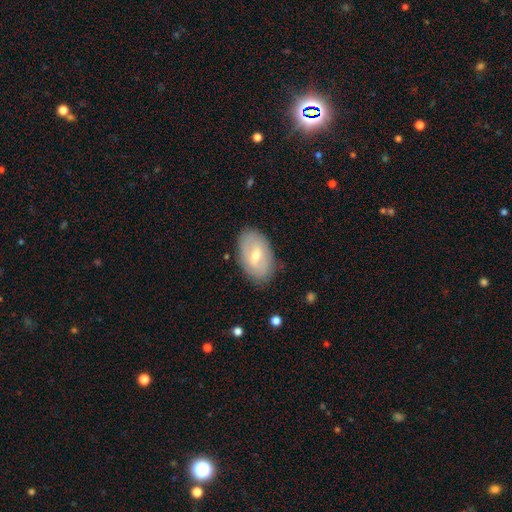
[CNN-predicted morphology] smooth_or_featured: featured or disk (p=0.50) [alt: smooth p=0.43]
disk_edge_on: no (p=0.90) [alt: yes p=0.10]
merging: none (p=0.83) [alt: minor disturbance p=0.13]